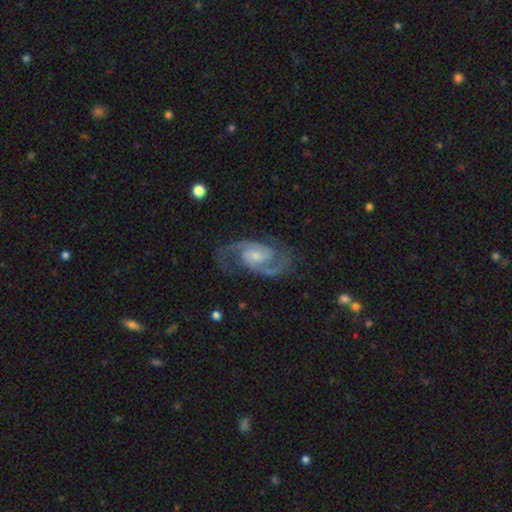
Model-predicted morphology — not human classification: Overall: featured or disk (92%). Edge-on disk: no (98%). Bar: weak (48%; no 38%). Spiral arms: yes (98%). Spiral arm count: 2 (92%). Spiral winding: medium (62%; tight 24%). Bulge size: small (59%; moderate 31%). Merging: none (77%).